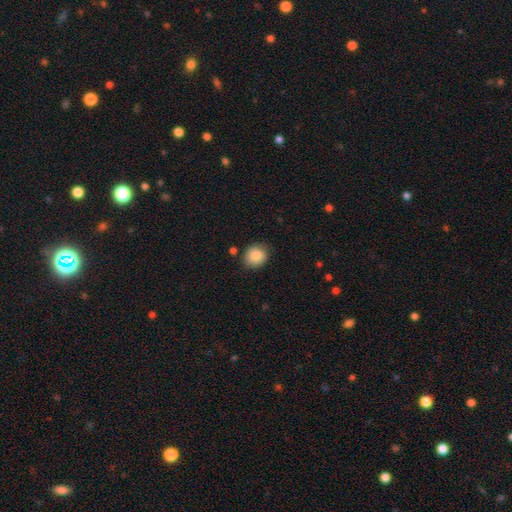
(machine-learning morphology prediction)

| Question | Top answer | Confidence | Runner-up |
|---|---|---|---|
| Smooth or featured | smooth | 86% | star or artifact (8%) |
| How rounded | round | 70% | in between (29%) |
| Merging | none | 76% | minor disturbance (18%) |